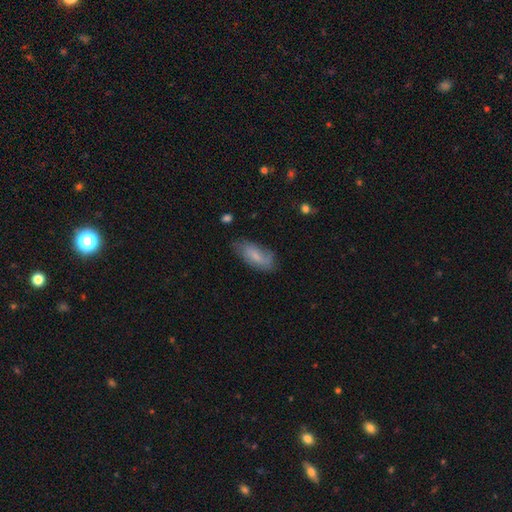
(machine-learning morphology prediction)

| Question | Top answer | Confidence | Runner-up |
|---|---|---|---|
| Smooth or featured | smooth | 63% | featured or disk (30%) |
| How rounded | in between | 83% | cigar-shaped (15%) |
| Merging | none | 67% | minor disturbance (25%) |